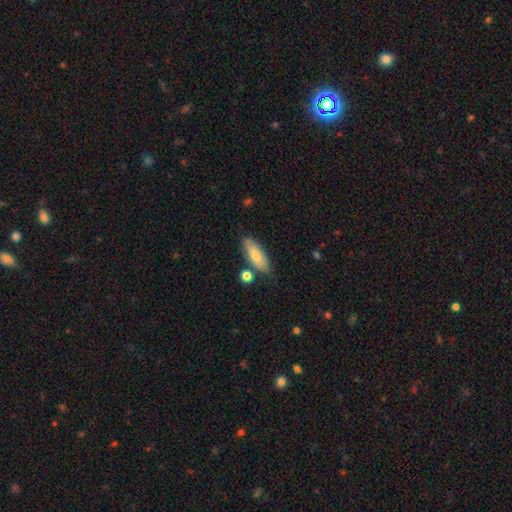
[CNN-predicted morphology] Smooth or featured: smooth — 72% (featured or disk — 21%)
How rounded: in between — 68% (cigar-shaped — 29%)
Merging: none — 75% (minor disturbance — 15%)